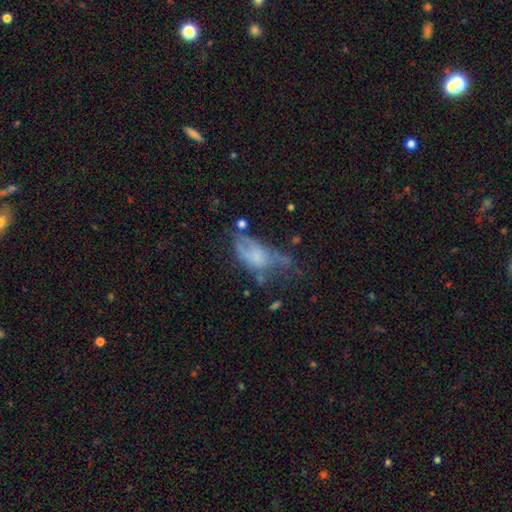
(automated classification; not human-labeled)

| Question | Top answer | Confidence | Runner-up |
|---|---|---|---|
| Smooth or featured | smooth | 48% | featured or disk (40%) |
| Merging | major disturbance | 41% | minor disturbance (26%) |